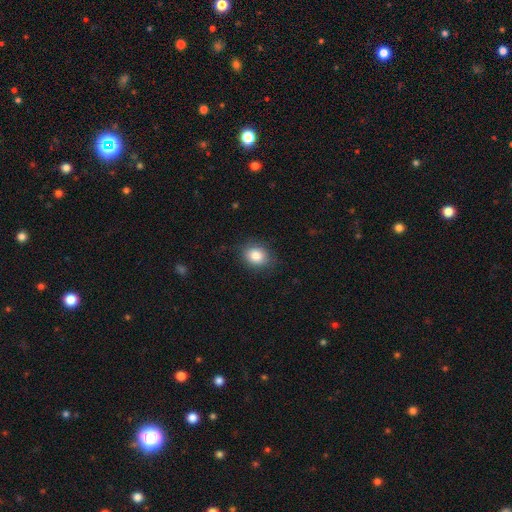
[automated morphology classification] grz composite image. It shows a smooth galaxy with no disk features (85%) that is in between round and cigar-shaped (52%). Merging: none (84%).